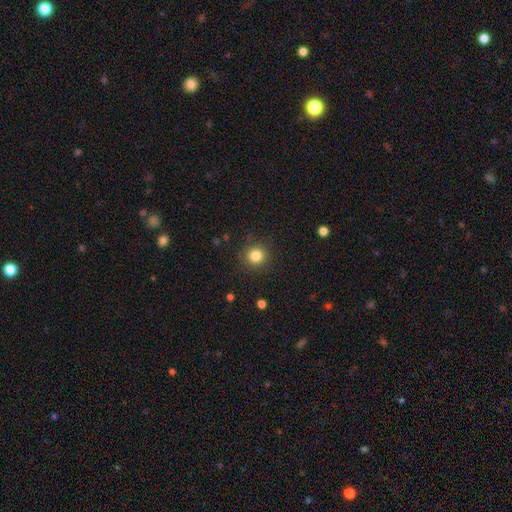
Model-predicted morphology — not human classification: Q: Smooth or featured?
A: smooth (83%); runner-up: star or artifact (12%)
Q: How rounded?
A: round (93%); runner-up: in between (7%)
Q: Merging?
A: none (89%); runner-up: minor disturbance (7%)